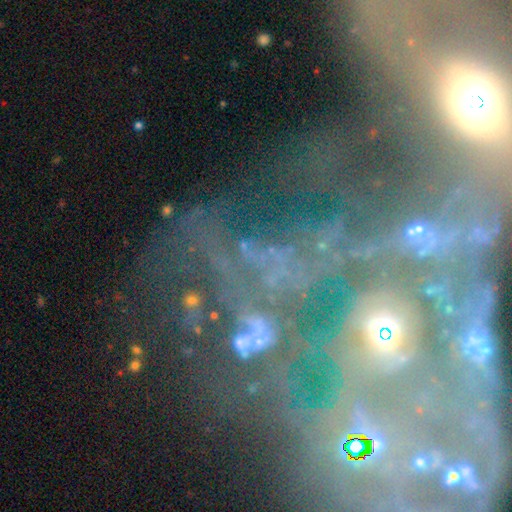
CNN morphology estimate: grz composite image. It shows a featured or disk galaxy (63%) with no bar (62%), spiral arms (65%) and a small central bulge (40%). Merging: none (34%).